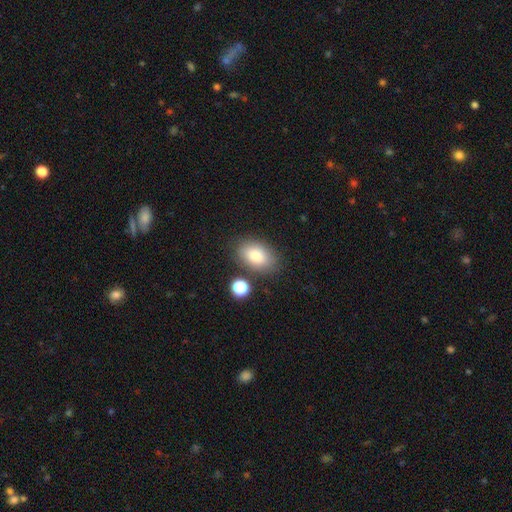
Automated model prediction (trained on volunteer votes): Q: Smooth or featured?
A: smooth (81%); runner-up: featured or disk (10%)
Q: How rounded?
A: in between (84%); runner-up: round (14%)
Q: Merging?
A: none (78%); runner-up: minor disturbance (13%)